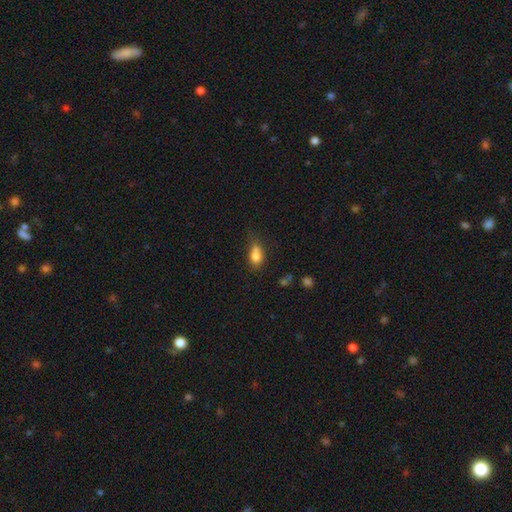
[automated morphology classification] smooth-or-featured: smooth: 75% | featured or disk: 14% | star or artifact: 11%
  how-rounded: in between: 65% | round: 31% | cigar-shaped: 4%
  merging: merger: 36% | none: 31% | minor disturbance: 22% | major disturbance: 11%